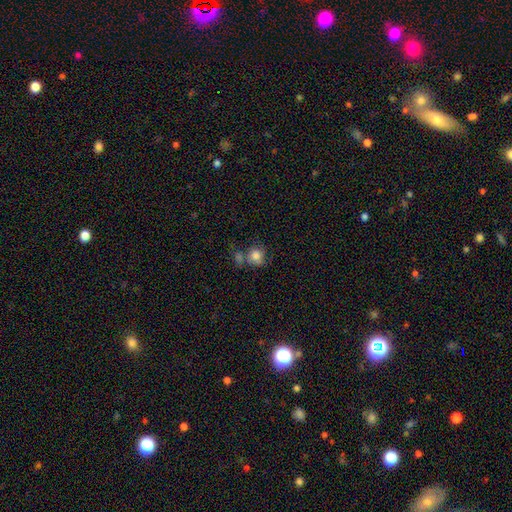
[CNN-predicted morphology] Smooth or featured? smooth (80%)
How rounded? round (80%)
Merging? none (48%)